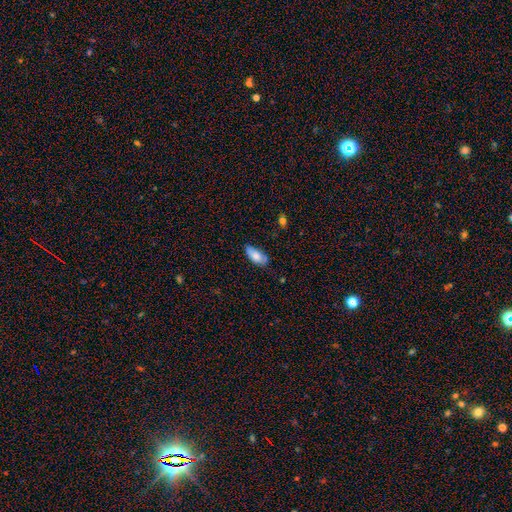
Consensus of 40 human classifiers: Morphology: type=smooth (80%); roundness=in between (91%); merging=none (51%).